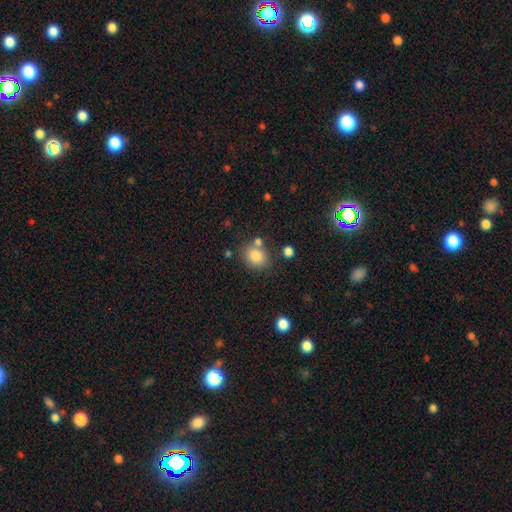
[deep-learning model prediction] Q: Smooth or featured?
A: smooth (82%); runner-up: star or artifact (10%)
Q: How rounded?
A: round (70%); runner-up: in between (29%)
Q: Merging?
A: none (71%); runner-up: merger (13%)